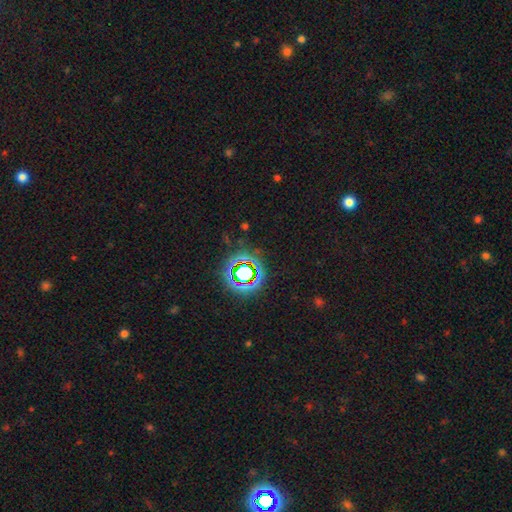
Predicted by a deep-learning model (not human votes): Smooth or featured? star or artifact (77%)